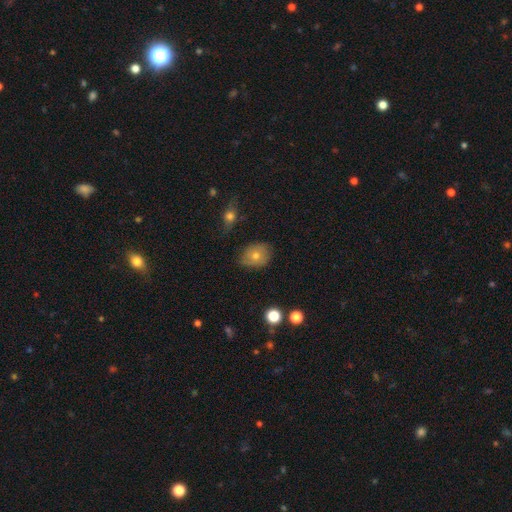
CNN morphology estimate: A smooth galaxy with no disk features (57%) that is in between round and cigar-shaped (53%). Merging: none (72%).